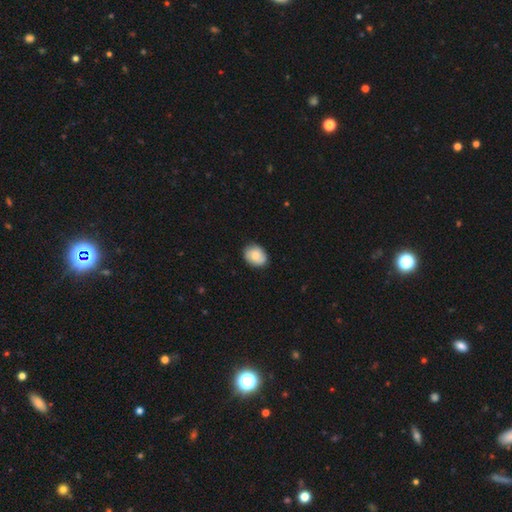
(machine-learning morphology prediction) A smooth galaxy with no disk features (73%) that is in between round and cigar-shaped (53%). Merging: none (83%).